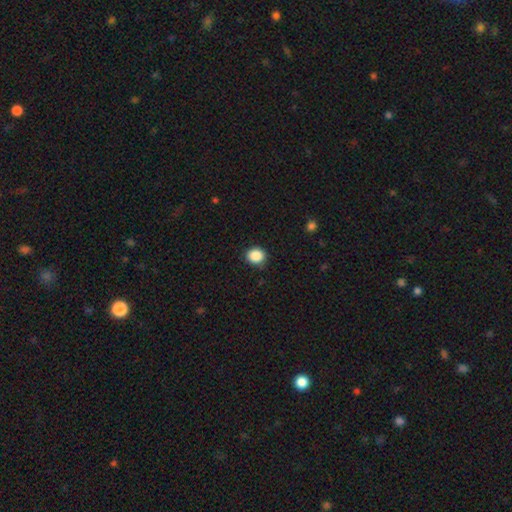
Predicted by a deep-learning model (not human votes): Smooth or featured? Predicted: smooth (p=0.88). How rounded? Predicted: round (p=0.79). Merging? Predicted: none (p=0.87).